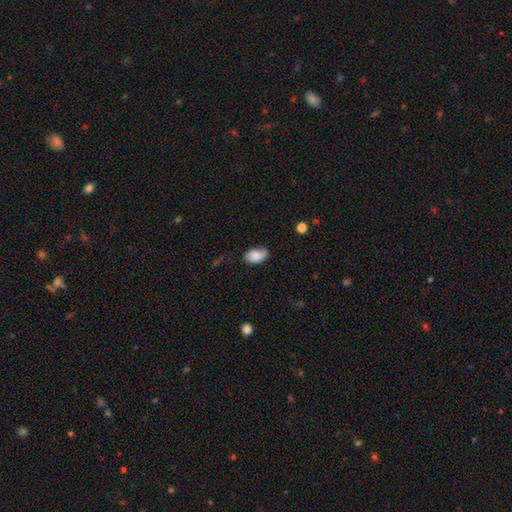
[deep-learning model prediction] Overall: smooth (80%). How rounded: in between (91%). Merging: none (61%; minor disturbance 30%).